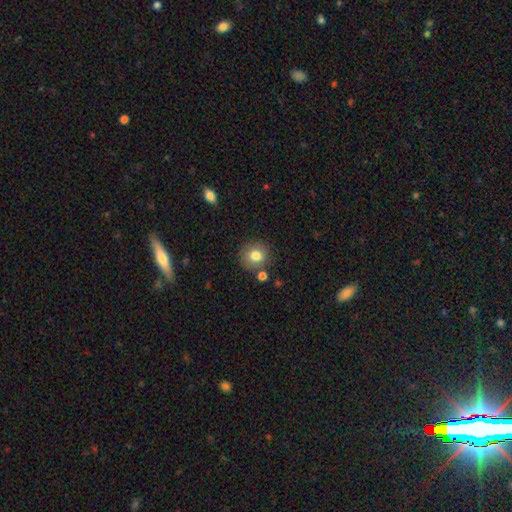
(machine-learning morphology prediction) This is clearly a smooth galaxy (80%). How rounded: clearly round (87%). Merging: likely none (80%).